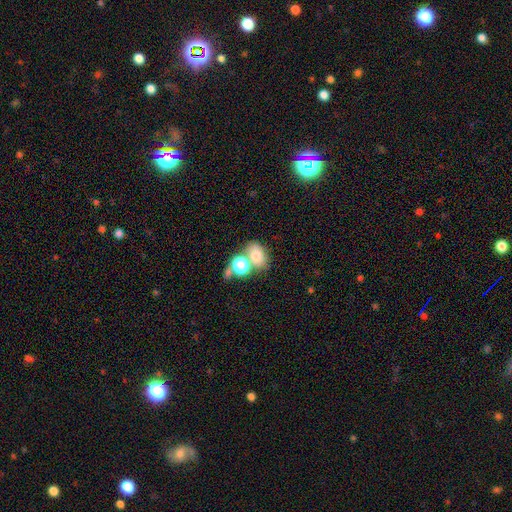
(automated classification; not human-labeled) Smooth or featured? smooth (73%)
How rounded? in between (68%)
Merging? none (47%)